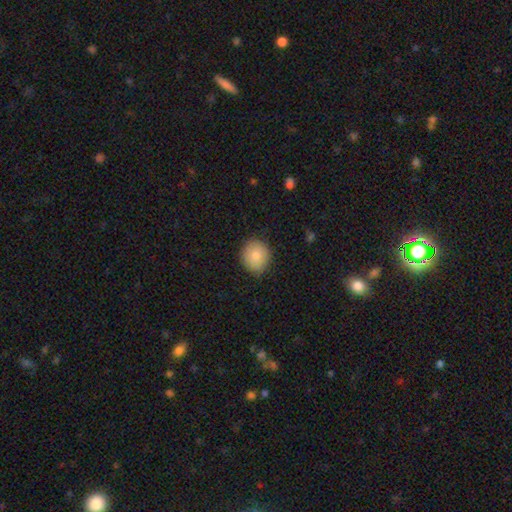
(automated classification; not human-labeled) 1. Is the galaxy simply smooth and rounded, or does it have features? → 81% smooth, 11% featured or disk, 8% star or artifact.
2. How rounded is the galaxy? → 78% round, 21% in between, 1% cigar-shaped.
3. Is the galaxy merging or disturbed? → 84% none, 12% minor disturbance, 2% major disturbance, 1% merger.